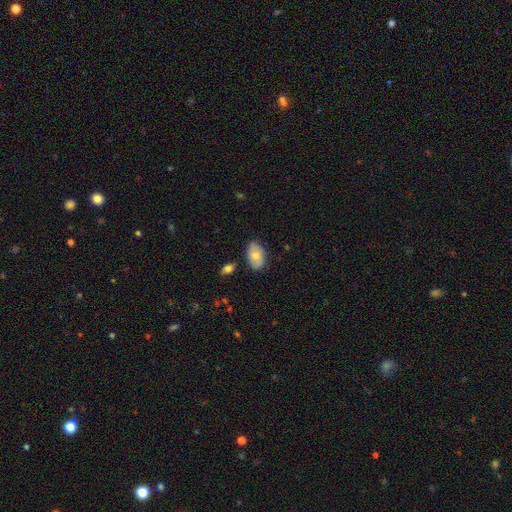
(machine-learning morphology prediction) This is likely a smooth galaxy (69%). How rounded: clearly in between (91%). Merging: likely none (80%).